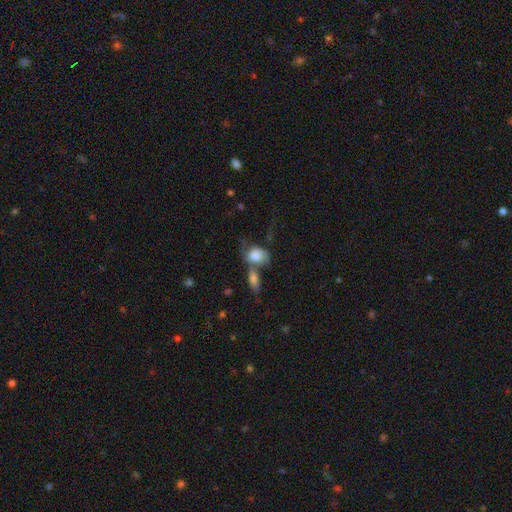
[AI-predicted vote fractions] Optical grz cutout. It shows a smooth galaxy with no disk features (76%) that is in between round and cigar-shaped (62%). Merging: merger (49%).